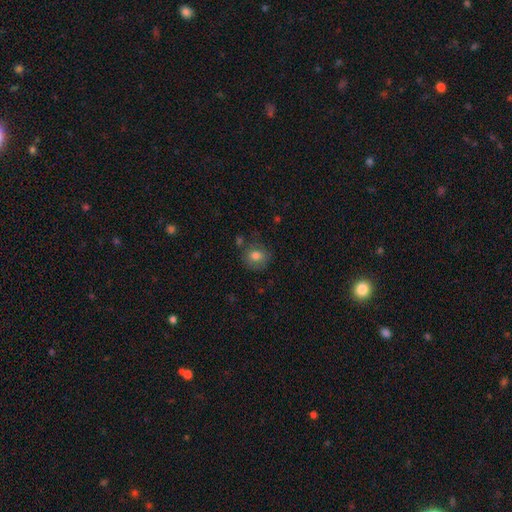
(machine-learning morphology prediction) type=smooth (79%); roundness=round (71%); merging=none (73%).